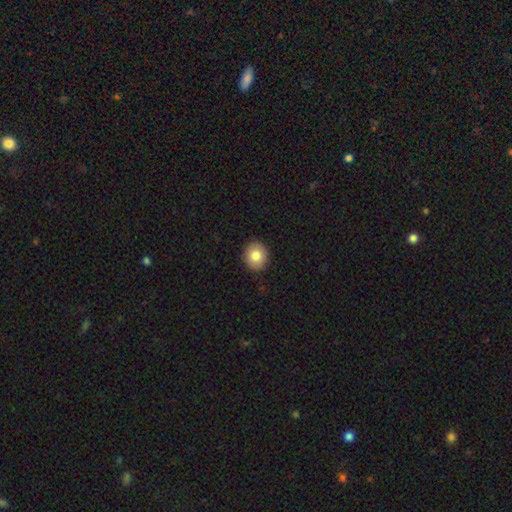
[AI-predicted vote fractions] Smooth or featured? smooth (83%)
How rounded? round (79%)
Merging? none (91%)